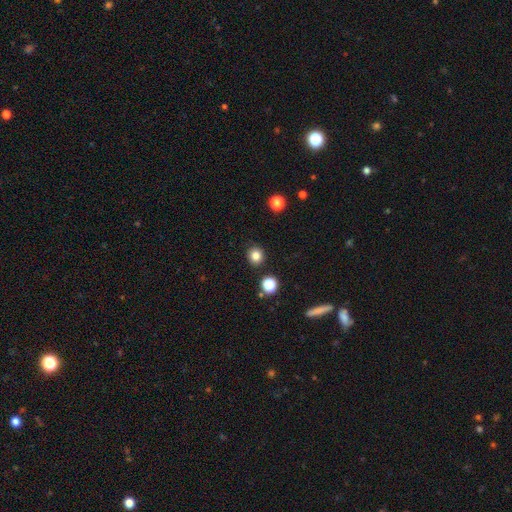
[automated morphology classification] Smooth or featured?
  - smooth: 82% *
  - star or artifact: 12%
  - featured or disk: 6%
How rounded?
  - round: 88% *
  - in between: 11%
  - cigar-shaped: 1%
Merging?
  - none: 90% *
  - minor disturbance: 6%
  - merger: 2%
  - major disturbance: 2%